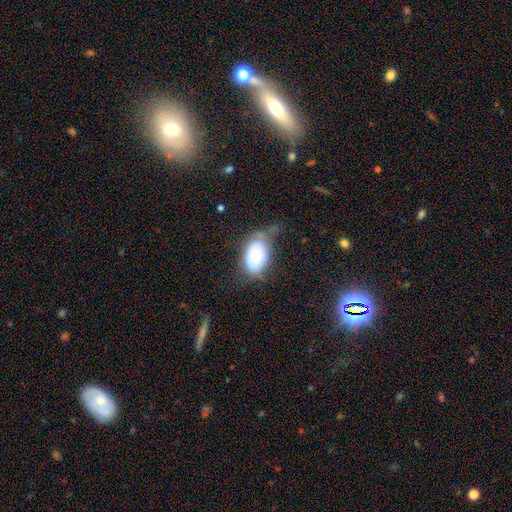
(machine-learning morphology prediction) The model was most divided on "merging": none: 48%, minor disturbance: 34%, major disturbance: 15%, merger: 3%. More confident: how rounded — in between (88%); smooth or featured — smooth (59%).